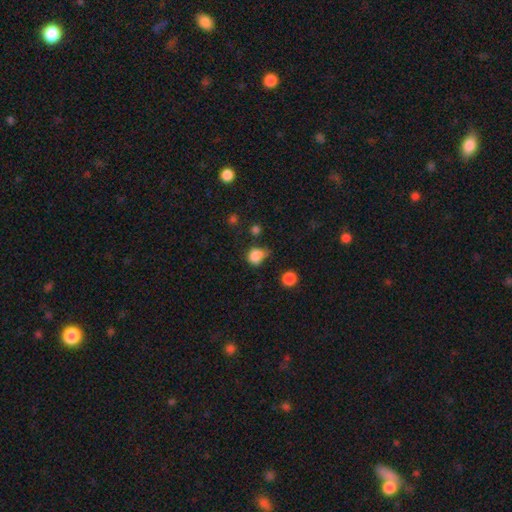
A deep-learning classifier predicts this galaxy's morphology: smooth 82%, star or artifact 12%, featured or disk 6%. Down the decision tree: how rounded — round (66%); merging — none (46%).